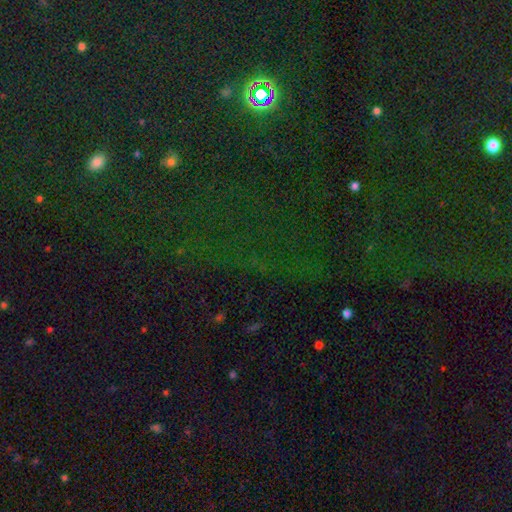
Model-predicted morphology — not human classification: Overall: star or artifact (76%).